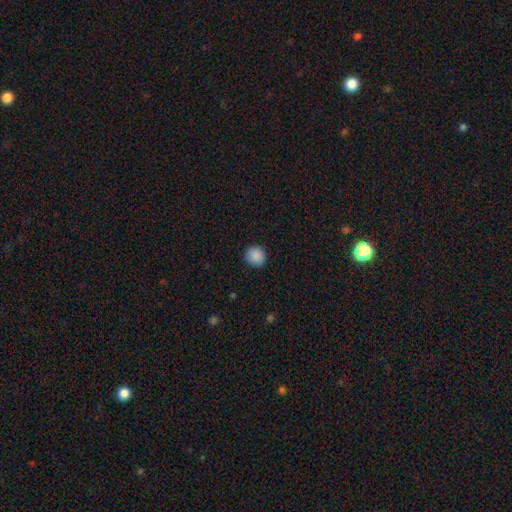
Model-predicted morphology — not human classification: This is clearly a smooth galaxy (88%). How rounded: clearly round (91%). Merging: clearly none (91%).